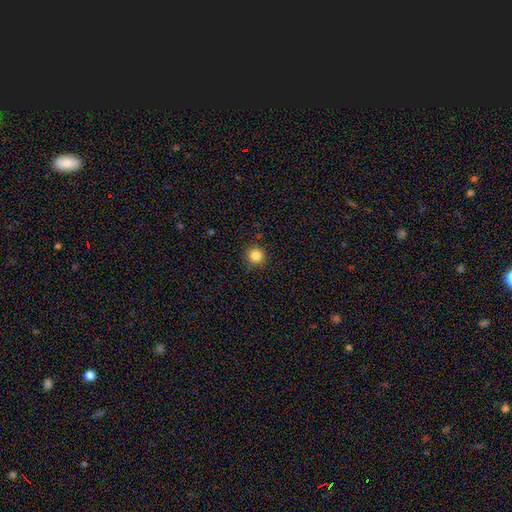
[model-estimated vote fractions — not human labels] smooth_or_featured: smooth (p=0.84) [alt: star or artifact p=0.11]
how_rounded: round (p=0.93) [alt: in between p=0.06]
merging: none (p=0.89) [alt: minor disturbance p=0.07]